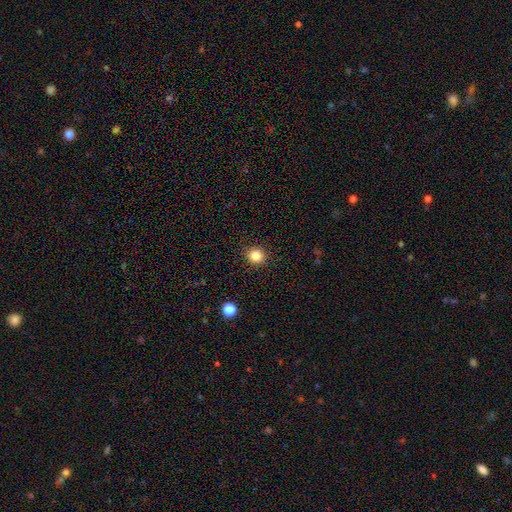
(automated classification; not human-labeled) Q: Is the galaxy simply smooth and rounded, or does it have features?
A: smooth — 84%.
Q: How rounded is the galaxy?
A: round — 90%.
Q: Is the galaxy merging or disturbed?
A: none — 92%.